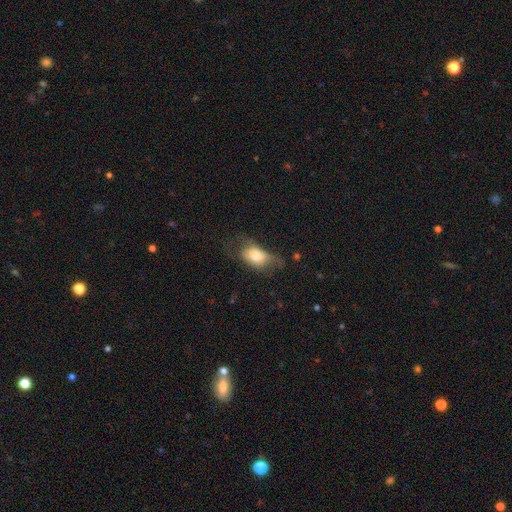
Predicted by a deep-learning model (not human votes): Smooth or featured?
  - smooth: 69% *
  - featured or disk: 23%
  - star or artifact: 8%
How rounded?
  - in between: 82% *
  - round: 14%
  - cigar-shaped: 4%
Merging?
  - major disturbance: 37% *
  - minor disturbance: 30%
  - none: 30%
  - merger: 3%